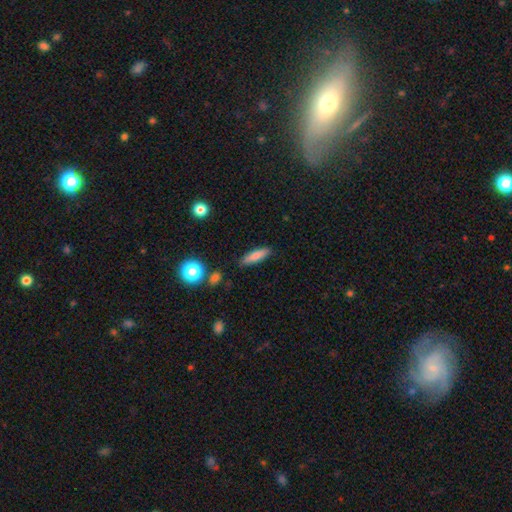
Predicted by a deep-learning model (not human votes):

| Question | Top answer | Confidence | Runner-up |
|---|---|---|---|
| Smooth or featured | smooth | 76% | featured or disk (16%) |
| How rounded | cigar-shaped | 68% | in between (30%) |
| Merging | none | 86% | minor disturbance (10%) |